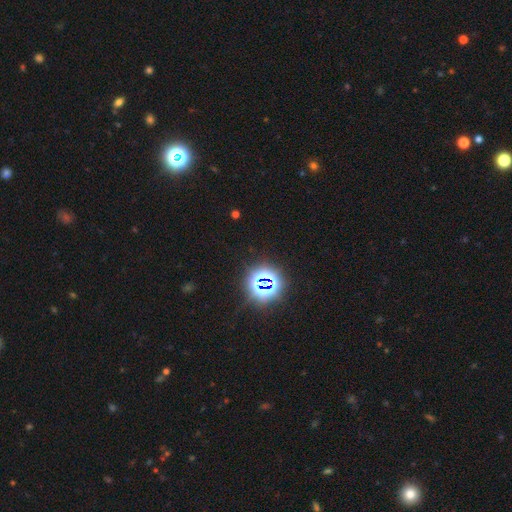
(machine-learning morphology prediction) Smooth or featured?
  - star or artifact: 80% *
  - smooth: 14%
  - featured or disk: 6%